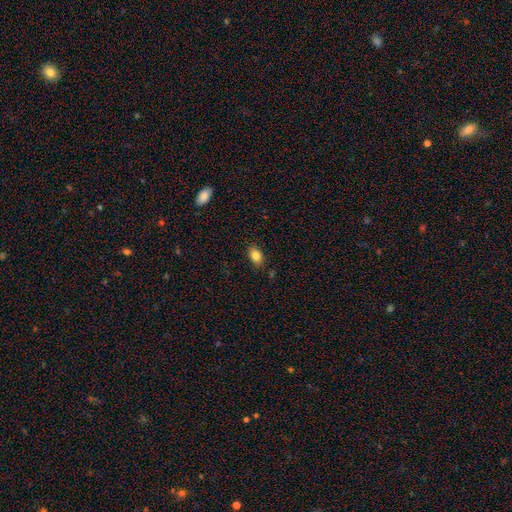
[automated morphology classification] smooth 83%, star or artifact 9%, featured or disk 8%. Down the decision tree: how rounded — in between (85%); merging — none (85%).